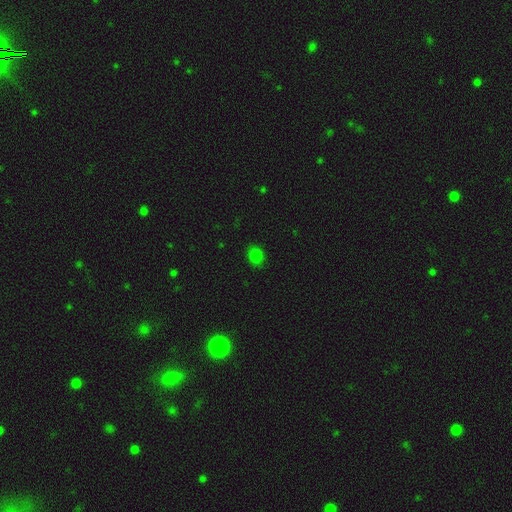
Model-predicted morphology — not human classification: Smooth or featured: smooth — 80% (star or artifact — 15%)
How rounded: round — 72% (in between — 27%)
Merging: none — 87% (minor disturbance — 9%)